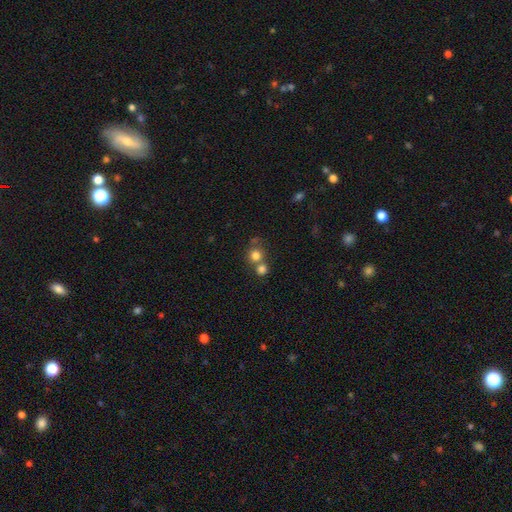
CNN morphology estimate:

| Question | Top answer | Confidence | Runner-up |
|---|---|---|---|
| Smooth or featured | smooth | 77% | star or artifact (13%) |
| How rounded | round | 89% | in between (10%) |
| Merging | none | 51% | merger (39%) |